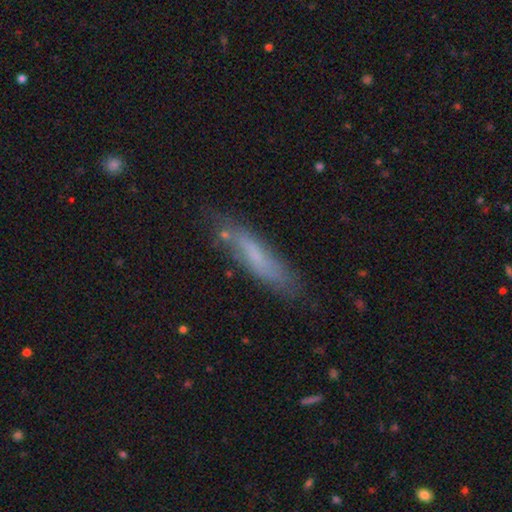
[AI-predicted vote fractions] A smooth galaxy with no disk features (59%) that is cigar-shaped (81%).

Vote fractions:
- Smooth or featured? smooth: 59% / featured or disk: 32% / star or artifact: 9%
- How rounded? cigar-shaped: 81% / in between: 18% / round: 2%
- Merging? none: 73% / minor disturbance: 19% / major disturbance: 5% / merger: 3%